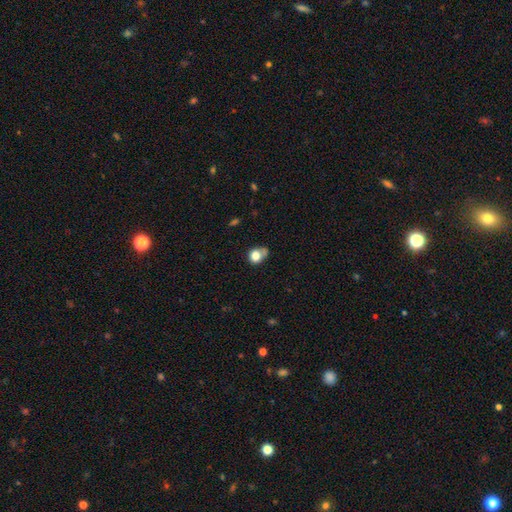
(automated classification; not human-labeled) Smooth or featured? Predicted: smooth (p=0.79). How rounded? Predicted: round (p=0.63). Merging? Predicted: none (p=0.42).